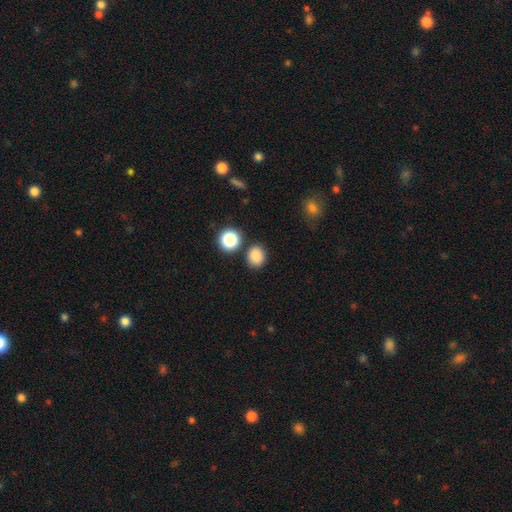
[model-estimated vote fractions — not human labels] A smooth galaxy with no disk features (85%) that is round (69%).

Vote fractions:
- Smooth or featured? smooth: 85% / star or artifact: 12% / featured or disk: 4%
- How rounded? round: 69% / in between: 30% / cigar-shaped: 1%
- Merging? none: 80% / minor disturbance: 10% / merger: 7% / major disturbance: 3%